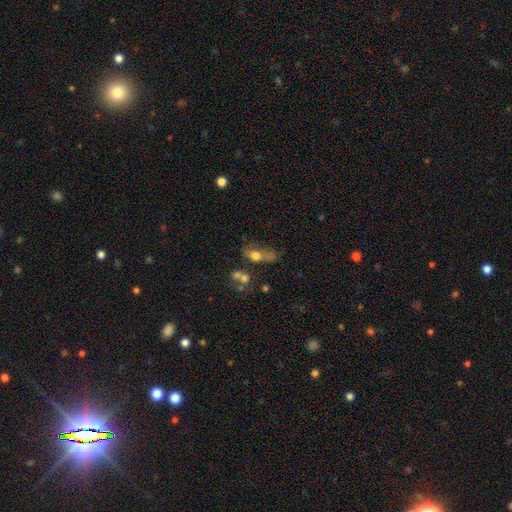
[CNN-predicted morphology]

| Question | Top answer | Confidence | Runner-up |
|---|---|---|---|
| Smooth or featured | smooth | 60% | featured or disk (27%) |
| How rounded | in between | 66% | round (17%) |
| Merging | none | 29% | tied: merger (29%) |